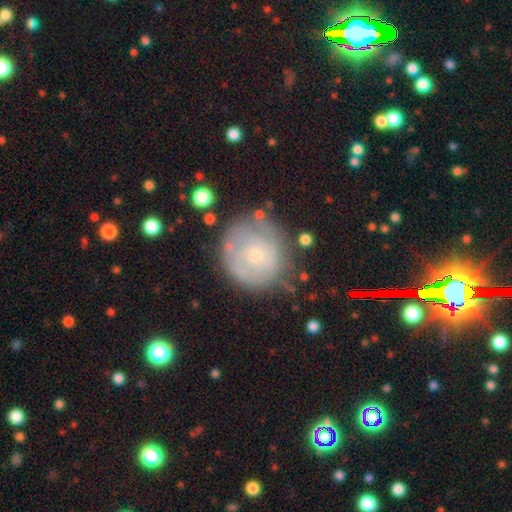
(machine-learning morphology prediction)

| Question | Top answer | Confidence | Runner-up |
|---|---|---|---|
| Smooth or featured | featured or disk | 57% | smooth (35%) |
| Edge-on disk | no | 97% | yes (3%) |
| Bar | no | 80% | weak (17%) |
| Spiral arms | yes | 66% | no (34%) |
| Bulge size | small | 69% | moderate (26%) |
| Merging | none | 70% | minor disturbance (20%) |